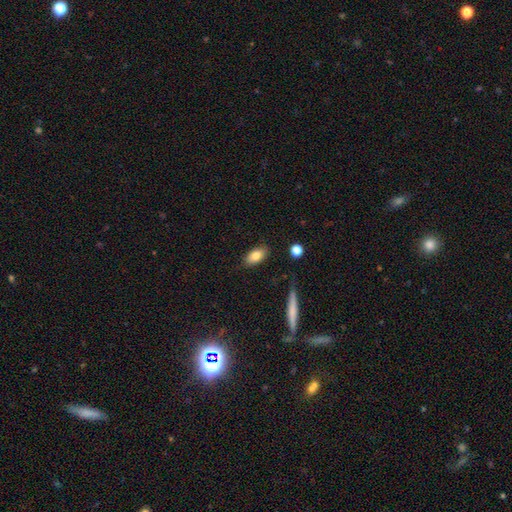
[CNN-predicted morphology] smooth-or-featured: smooth: 82% | featured or disk: 10% | star or artifact: 7%
  how-rounded: in between: 88% | cigar-shaped: 7% | round: 5%
  merging: none: 85% | minor disturbance: 11% | major disturbance: 3% | merger: 2%